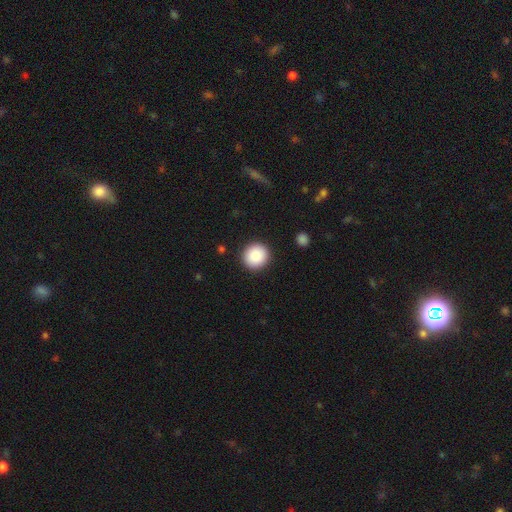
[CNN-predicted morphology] smooth 88%, star or artifact 7%, featured or disk 4%. Down the decision tree: how rounded — round (93%); merging — none (92%).